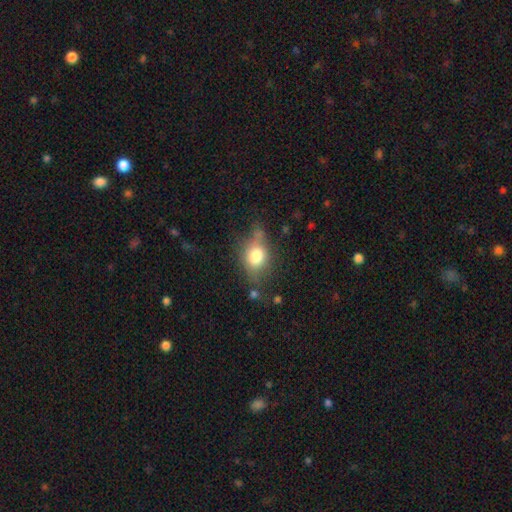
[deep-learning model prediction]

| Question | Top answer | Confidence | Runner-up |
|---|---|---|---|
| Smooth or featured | smooth | 70% | featured or disk (19%) |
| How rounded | in between | 58% | round (39%) |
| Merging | none | 55% | minor disturbance (28%) |